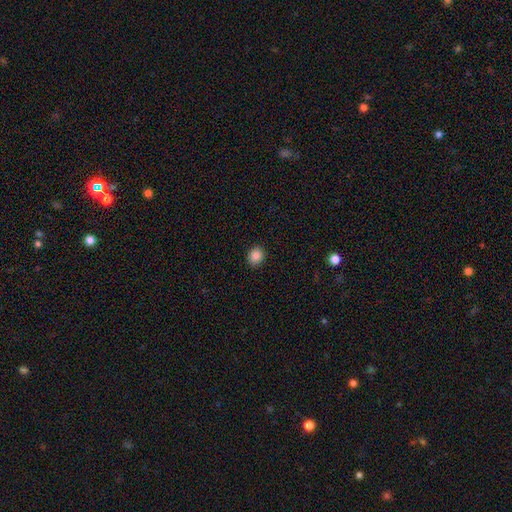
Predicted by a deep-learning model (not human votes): Smooth or featured? Predicted: smooth (p=0.85). How rounded? Predicted: round (p=0.68). Merging? Predicted: none (p=0.90).